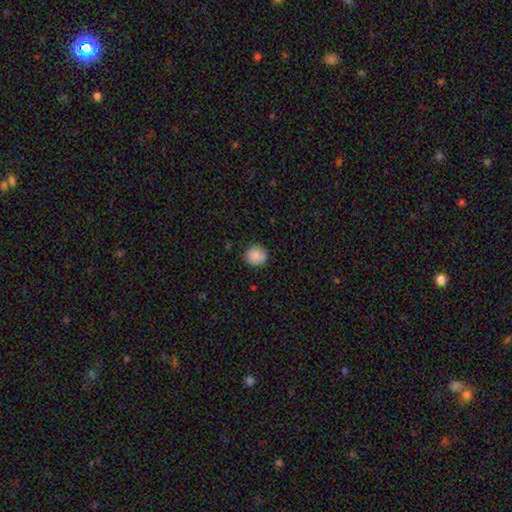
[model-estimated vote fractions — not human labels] A smooth galaxy with no disk features (86%) that is round (85%).

Vote fractions:
- Smooth or featured? smooth: 86% / star or artifact: 8% / featured or disk: 5%
- How rounded? round: 85% / in between: 14% / cigar-shaped: 1%
- Merging? none: 87% / minor disturbance: 10% / major disturbance: 2% / merger: 1%